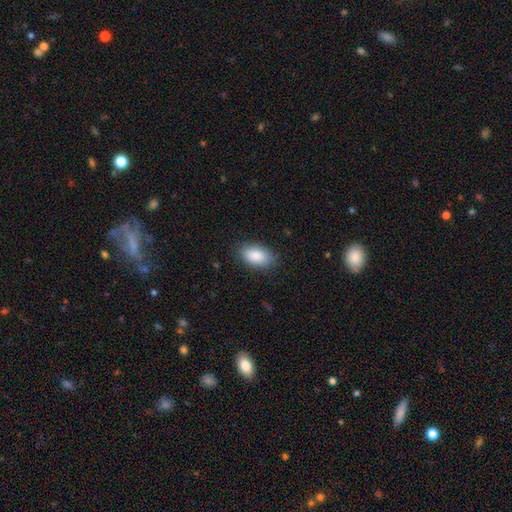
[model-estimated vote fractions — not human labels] smooth-or-featured: smooth: 88% | star or artifact: 6% | featured or disk: 6%
  how-rounded: in between: 93% | round: 5% | cigar-shaped: 2%
  merging: none: 84% | minor disturbance: 12% | major disturbance: 3% | merger: 1%